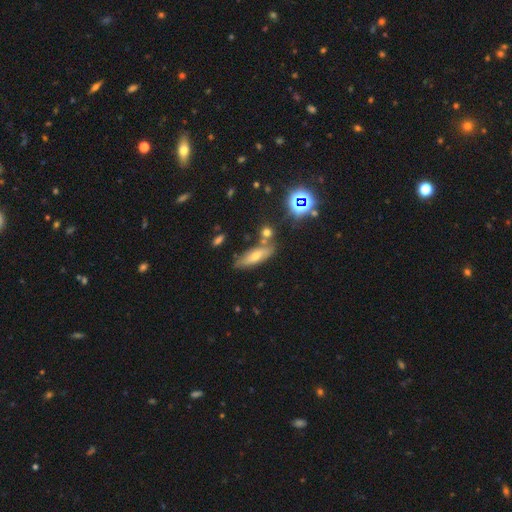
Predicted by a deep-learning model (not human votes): The model was most divided on "how rounded": in between: 49%, cigar-shaped: 45%, round: 6%. More confident: merging — none (70%); smooth or featured — smooth (50%).